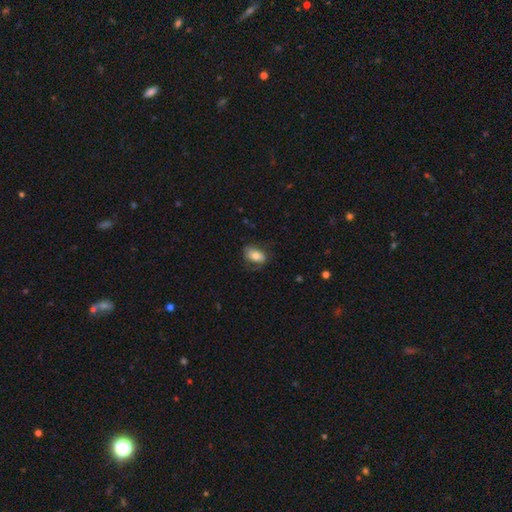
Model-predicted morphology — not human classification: smooth 71%, featured or disk 21%, star or artifact 7%. Down the decision tree: how rounded — in between (87%); merging — none (70%).